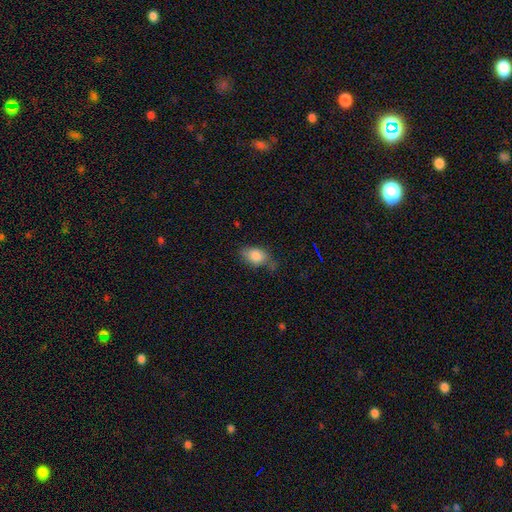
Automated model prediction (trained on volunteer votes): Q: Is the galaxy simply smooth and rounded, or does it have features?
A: smooth — 83%.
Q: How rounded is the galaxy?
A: in between — 81%.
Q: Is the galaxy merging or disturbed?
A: none — 59%.